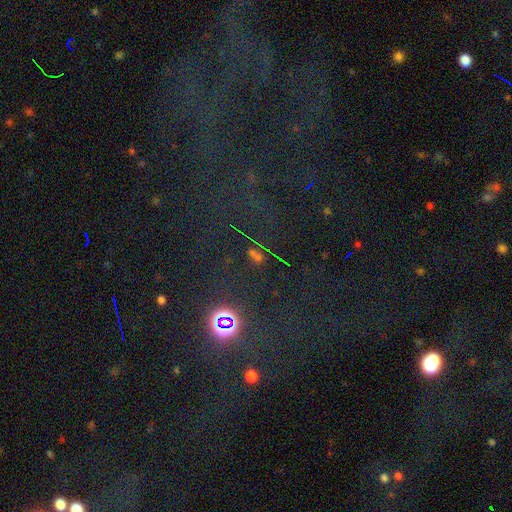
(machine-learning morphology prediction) Smooth or featured?
  - star or artifact: 75% *
  - smooth: 16%
  - featured or disk: 9%